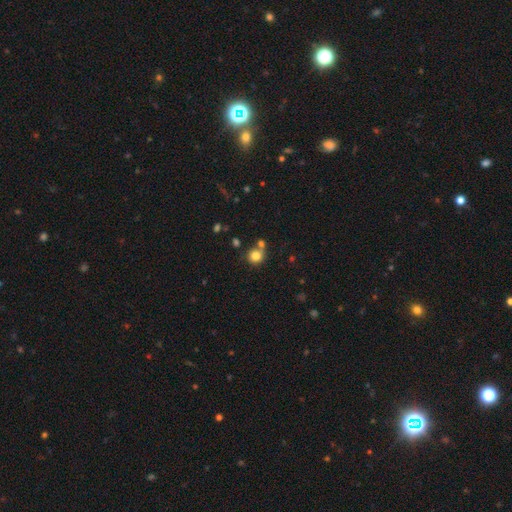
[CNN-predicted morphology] A smooth galaxy with no disk features (81%) that is round (88%). Merging: none (61%).